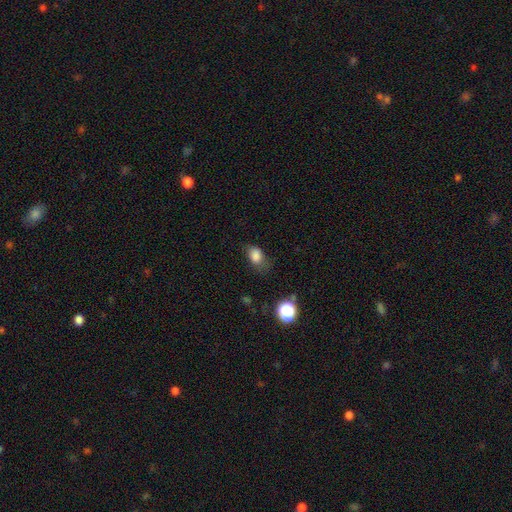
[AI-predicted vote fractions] This appears to be a smooth galaxy with no disk features (82%) that is in between round and cigar-shaped (74%). Merging: none (55%).